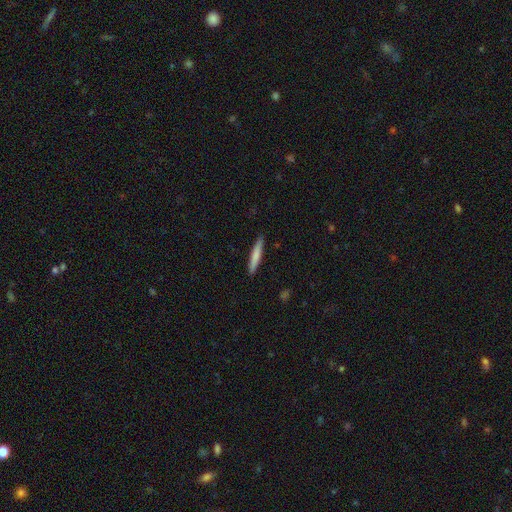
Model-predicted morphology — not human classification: A smooth galaxy with no disk features (74%) that is cigar-shaped (94%).

Vote fractions:
- Smooth or featured? smooth: 74% / featured or disk: 21% / star or artifact: 5%
- How rounded? cigar-shaped: 94% / in between: 4% / round: 1%
- Merging? none: 90% / minor disturbance: 7% / major disturbance: 1% / merger: 1%